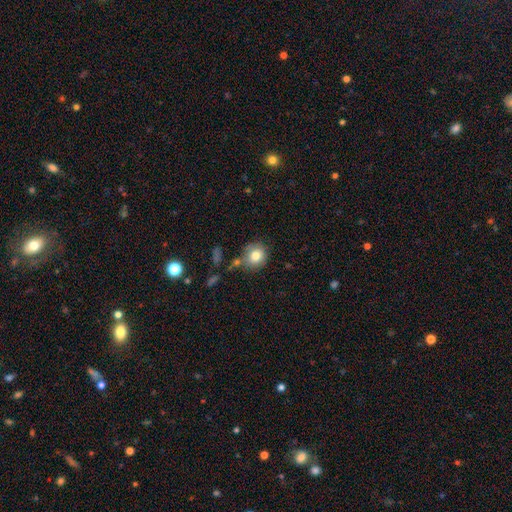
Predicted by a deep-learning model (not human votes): Smooth or featured? Predicted: smooth (p=0.81). How rounded? Predicted: round (p=0.83). Merging? Predicted: none (p=0.67).